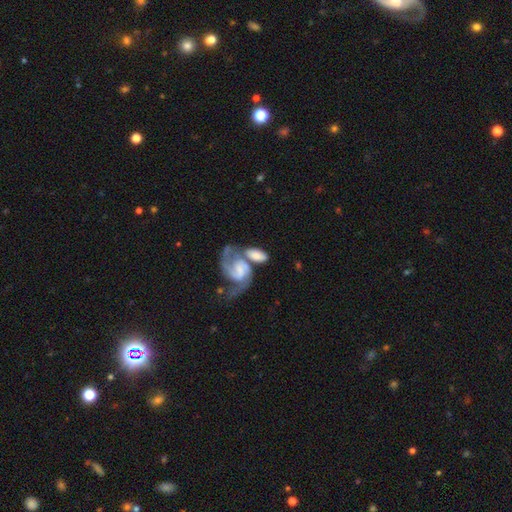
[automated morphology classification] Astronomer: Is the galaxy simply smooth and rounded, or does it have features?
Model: featured or disk — 67%.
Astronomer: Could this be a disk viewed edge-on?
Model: no — 96%.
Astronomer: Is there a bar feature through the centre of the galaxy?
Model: no — 52% (runner-up: weak, 35%).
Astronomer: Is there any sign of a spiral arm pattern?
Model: yes — 89%.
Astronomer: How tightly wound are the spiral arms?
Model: medium — 45% (runner-up: loose, 30%).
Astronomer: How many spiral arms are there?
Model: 2 — 77%.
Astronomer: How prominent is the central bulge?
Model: small — 40% (runner-up: none, 27%).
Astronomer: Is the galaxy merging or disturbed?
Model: merger — 47% (runner-up: none, 27%).